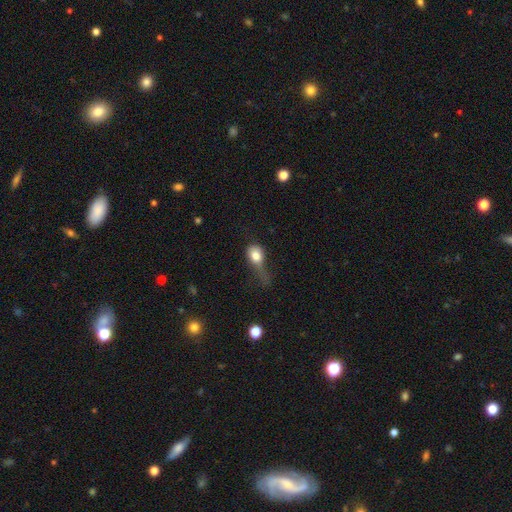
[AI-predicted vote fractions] A smooth galaxy with no disk features (76%) that is in between round and cigar-shaped (55%). Merging: major disturbance (52%).